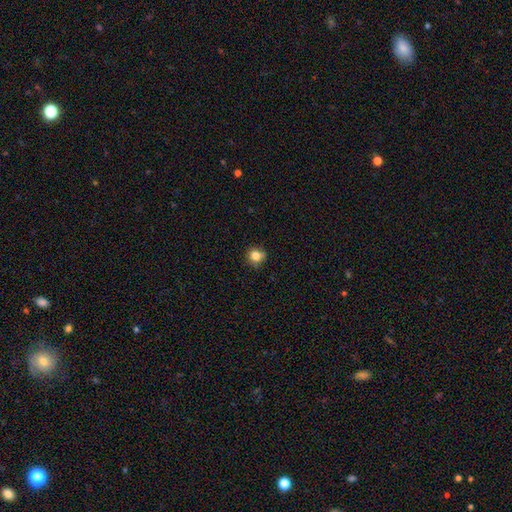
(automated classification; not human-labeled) This is clearly a smooth galaxy (81%). How rounded: clearly round (88%). Merging: likely none (79%).